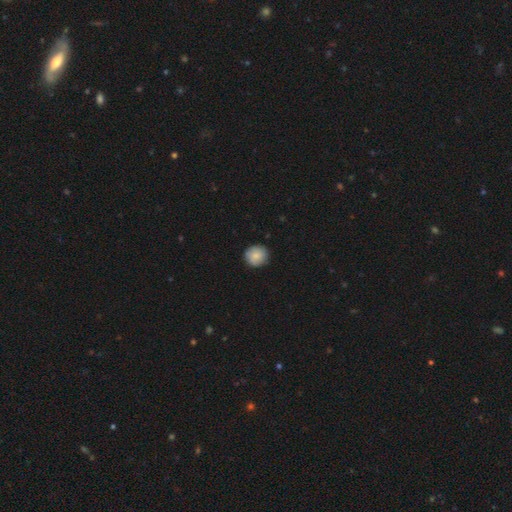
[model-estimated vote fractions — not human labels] This is clearly a smooth galaxy (82%). How rounded: clearly round (91%). Merging: clearly none (88%).